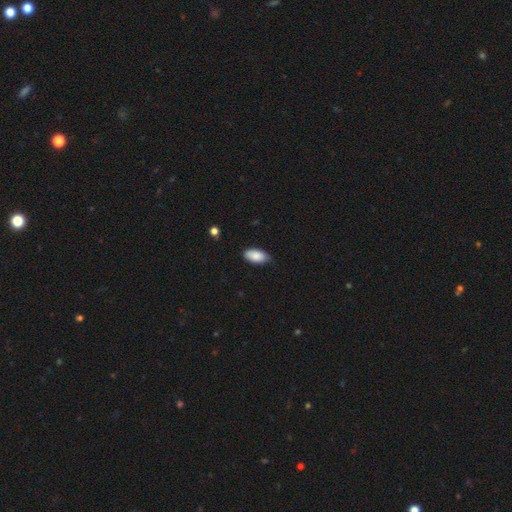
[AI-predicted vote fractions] Smooth or featured? smooth (87%)
How rounded? in between (94%)
Merging? none (79%)